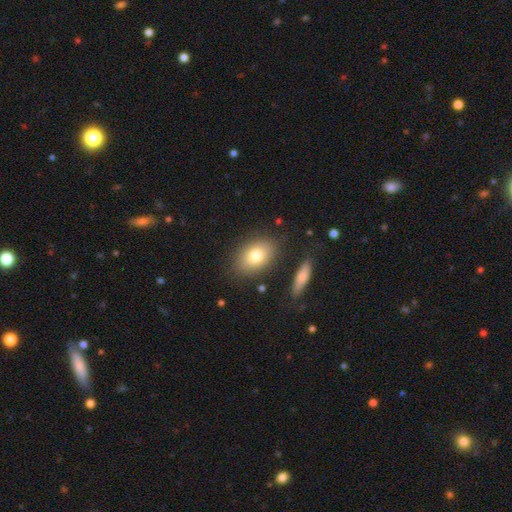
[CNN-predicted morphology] Smooth or featured? Predicted: smooth (p=0.77). How rounded? Predicted: in between (p=0.81). Merging? Predicted: none (p=0.82).